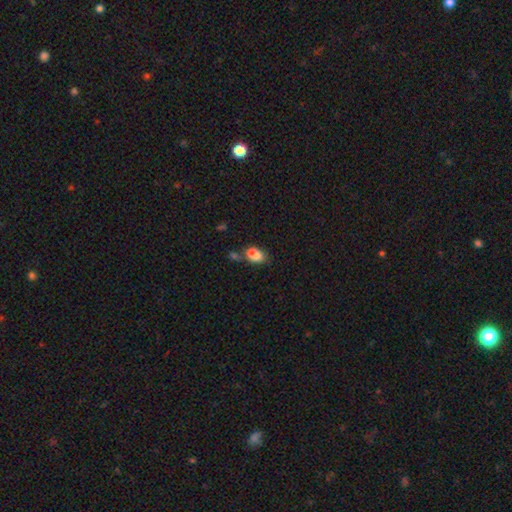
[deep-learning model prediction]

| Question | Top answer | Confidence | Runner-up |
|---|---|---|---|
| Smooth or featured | smooth | 76% | featured or disk (14%) |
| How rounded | in between | 81% | round (17%) |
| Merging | merger | 46% | none (34%) |